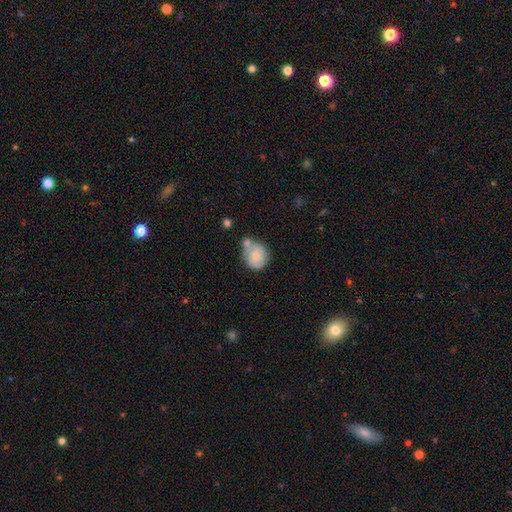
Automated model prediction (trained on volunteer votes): smooth-or-featured: smooth: 73% | featured or disk: 20% | star or artifact: 7%
  how-rounded: round: 77% | in between: 22% | cigar-shaped: 1%
  merging: merger: 39% | none: 34% | minor disturbance: 20% | major disturbance: 7%